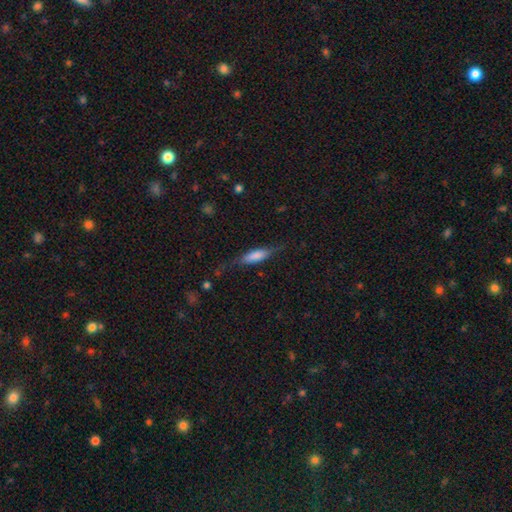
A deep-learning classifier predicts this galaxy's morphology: Overall: smooth (55%; featured or disk 38%). How rounded: cigar-shaped (57%; in between 40%). Merging: none (65%).